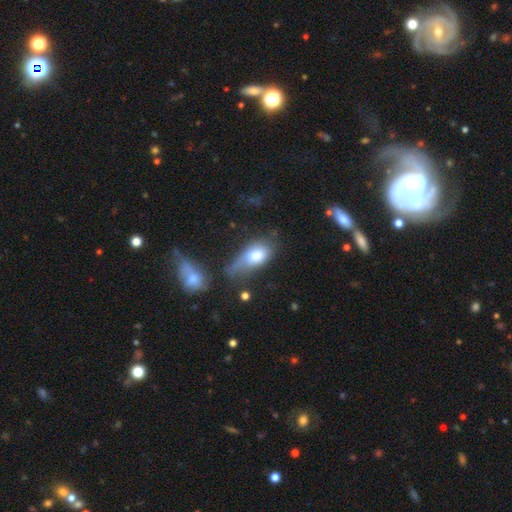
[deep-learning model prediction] Morphology: type=smooth (72%); roundness=in between (85%); merging=minor disturbance (30%).